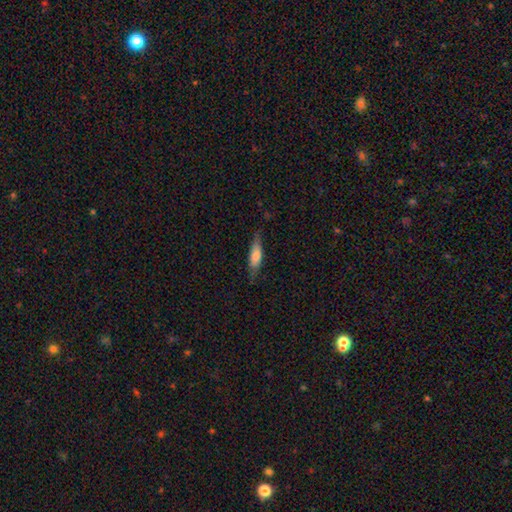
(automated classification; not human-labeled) A smooth galaxy with no disk features (69%) that is cigar-shaped (58%).

Vote fractions:
- Smooth or featured? smooth: 69% / featured or disk: 25% / star or artifact: 6%
- How rounded? cigar-shaped: 58% / in between: 40% / round: 2%
- Merging? none: 74% / minor disturbance: 20% / major disturbance: 5% / merger: 1%